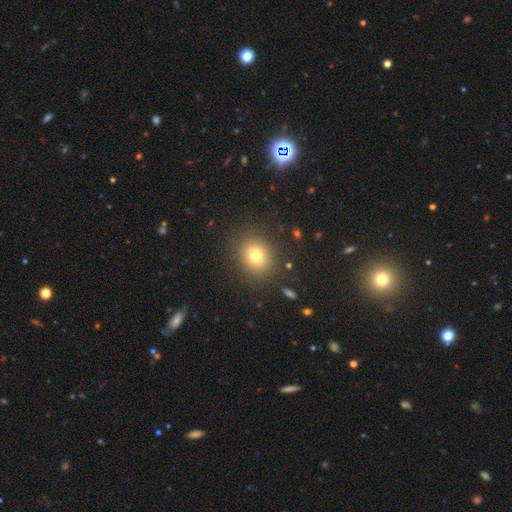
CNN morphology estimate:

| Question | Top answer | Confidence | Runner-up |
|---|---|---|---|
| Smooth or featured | smooth | 76% | star or artifact (14%) |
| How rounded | round | 68% | in between (31%) |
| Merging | none | 87% | minor disturbance (8%) |